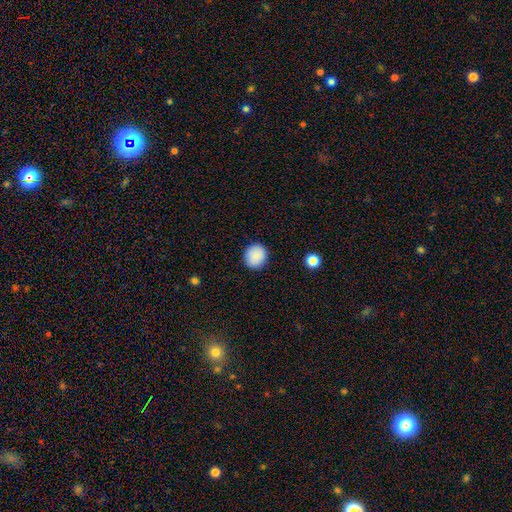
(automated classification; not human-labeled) Smooth or featured? Predicted: smooth (p=0.88). How rounded? Predicted: round (p=0.79). Merging? Predicted: none (p=0.90).